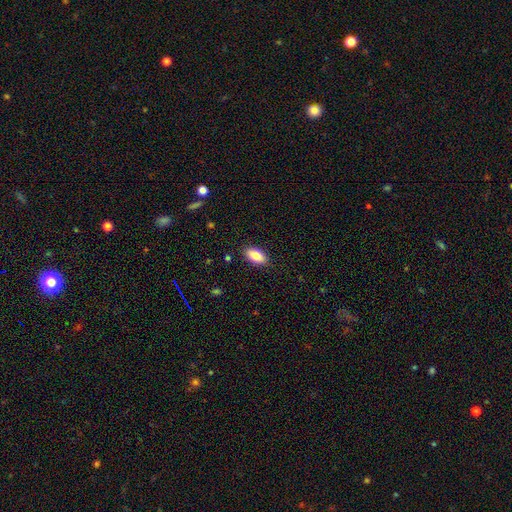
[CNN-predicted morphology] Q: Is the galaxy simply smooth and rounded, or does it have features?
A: smooth — 84%.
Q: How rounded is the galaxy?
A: in between — 92%.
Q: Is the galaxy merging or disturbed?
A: none — 88%.